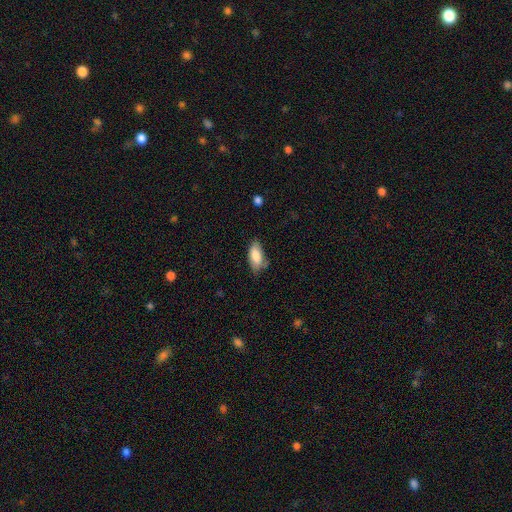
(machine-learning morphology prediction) smooth-or-featured: smooth: 82% | featured or disk: 11% | star or artifact: 7%
  how-rounded: in between: 88% | cigar-shaped: 10% | round: 2%
  merging: none: 64% | minor disturbance: 28% | major disturbance: 5% | merger: 3%